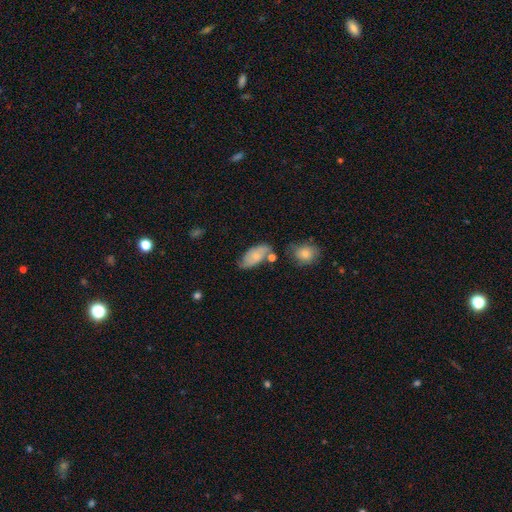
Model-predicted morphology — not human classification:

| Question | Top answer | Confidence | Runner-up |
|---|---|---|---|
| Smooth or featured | smooth | 59% | featured or disk (33%) |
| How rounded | in between | 91% | cigar-shaped (5%) |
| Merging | none | 48% | minor disturbance (28%) |